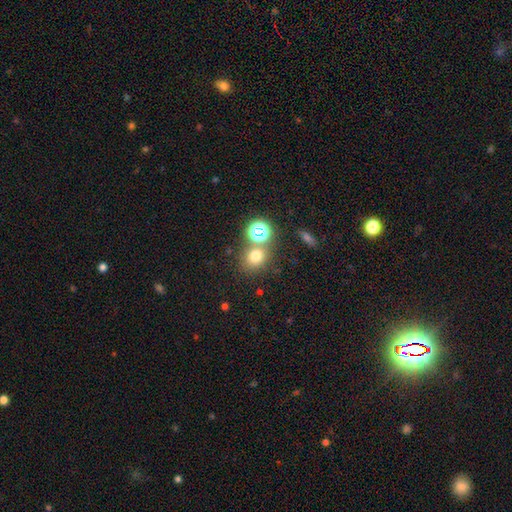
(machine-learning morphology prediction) smooth-or-featured: smooth: 70% | star or artifact: 22% | featured or disk: 8%
  how-rounded: round: 76% | in between: 23% | cigar-shaped: 1%
  merging: none: 65% | merger: 22% | minor disturbance: 9% | major disturbance: 4%